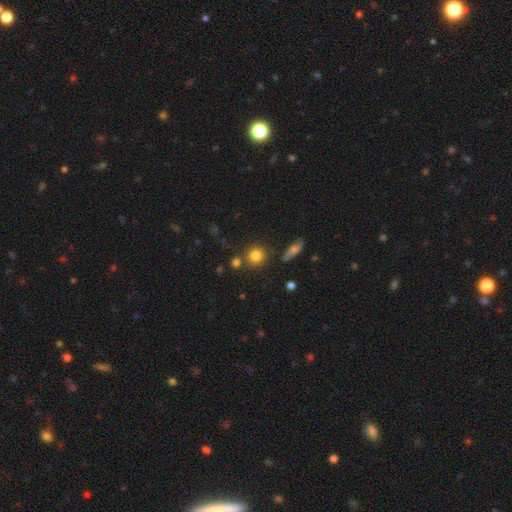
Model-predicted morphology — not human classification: smooth-or-featured: smooth: 81% | star or artifact: 11% | featured or disk: 8%
  how-rounded: round: 87% | in between: 11% | cigar-shaped: 1%
  merging: none: 77% | merger: 10% | minor disturbance: 10% | major disturbance: 3%